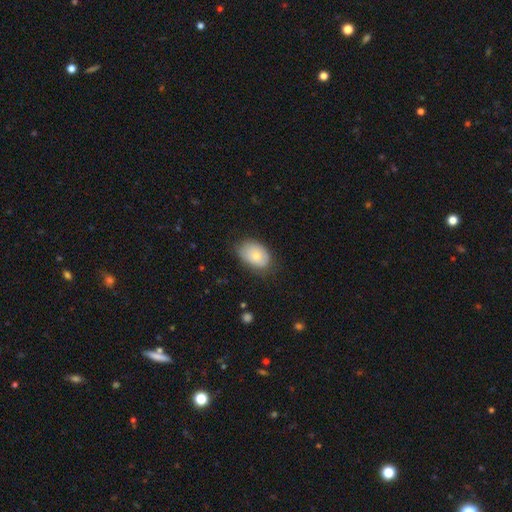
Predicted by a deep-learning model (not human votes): Smooth or featured?
  - smooth: 73% *
  - featured or disk: 20%
  - star or artifact: 7%
How rounded?
  - in between: 83% *
  - round: 16%
  - cigar-shaped: 1%
Merging?
  - none: 70% *
  - minor disturbance: 24%
  - major disturbance: 5%
  - merger: 1%